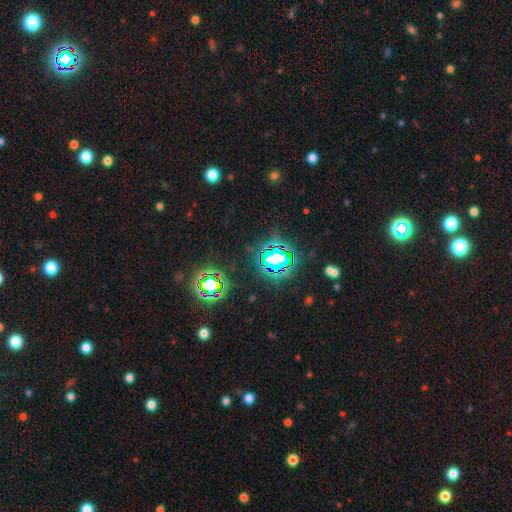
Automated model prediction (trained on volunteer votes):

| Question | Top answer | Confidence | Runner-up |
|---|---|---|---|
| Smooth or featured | star or artifact | 78% | smooth (15%) |